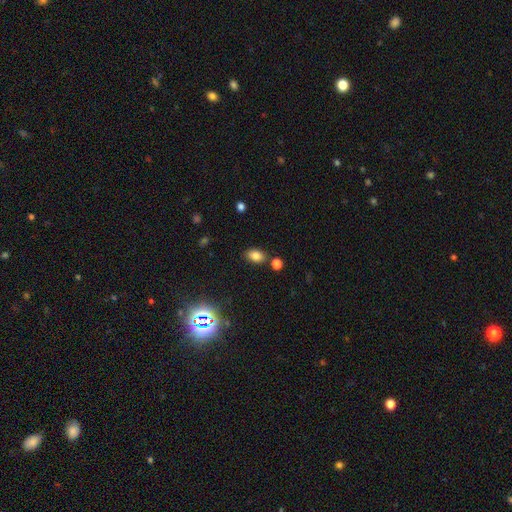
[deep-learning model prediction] Q: Smooth or featured?
A: smooth (81%); runner-up: star or artifact (13%)
Q: How rounded?
A: in between (84%); runner-up: round (15%)
Q: Merging?
A: none (78%); runner-up: minor disturbance (11%)